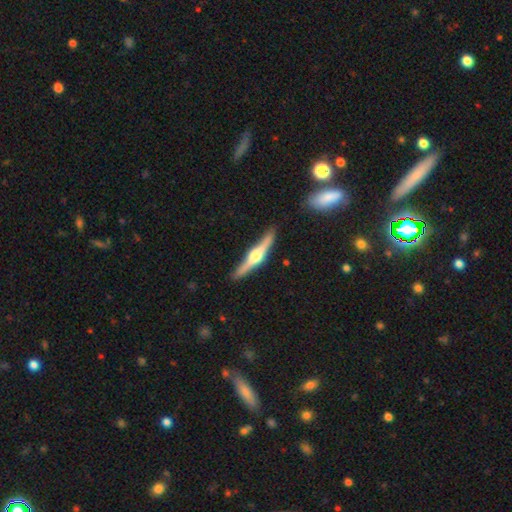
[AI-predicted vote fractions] Smooth or featured: featured or disk — 80% (smooth — 16%)
Edge-on disk: yes — 98% (no — 2%)
Edge-on bulge: rounded — 93% (boxy — 5%)
Merging: none — 89% (minor disturbance — 8%)